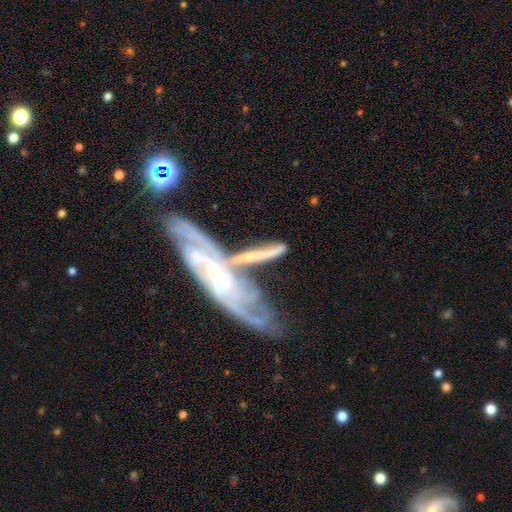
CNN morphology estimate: Smooth or featured? Predicted: featured or disk (p=0.78). Edge-on disk? Predicted: no (p=0.71). Bar? Predicted: no (p=0.56). Spiral arms? Predicted: yes (p=0.85). Bulge size? Predicted: small (p=0.49). Merging? Predicted: merger (p=0.37, tied with none).